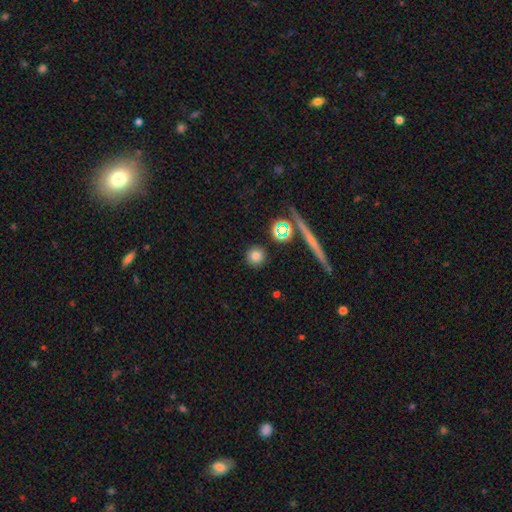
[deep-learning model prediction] smooth 78%, star or artifact 14%, featured or disk 8%. Down the decision tree: how rounded — round (94%); merging — none (89%).